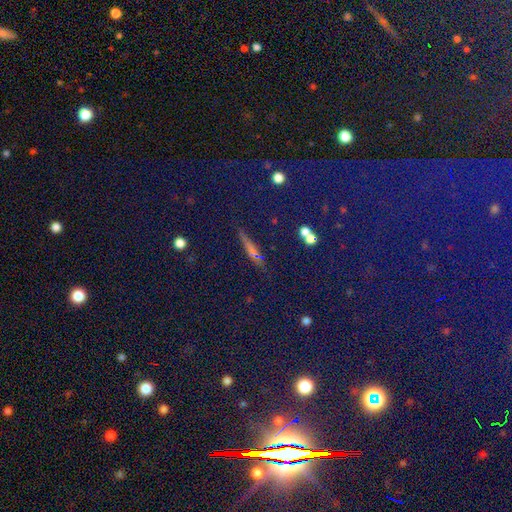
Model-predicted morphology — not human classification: Smooth or featured?
  - star or artifact: 54% *
  - featured or disk: 24%
  - smooth: 22%